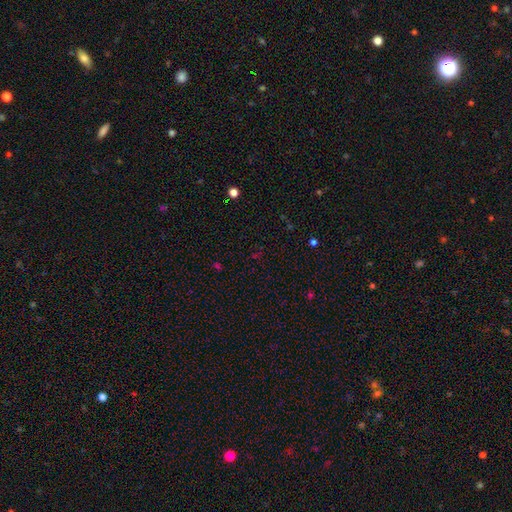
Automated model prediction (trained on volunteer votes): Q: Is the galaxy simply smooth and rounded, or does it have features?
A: star or artifact — 63%.